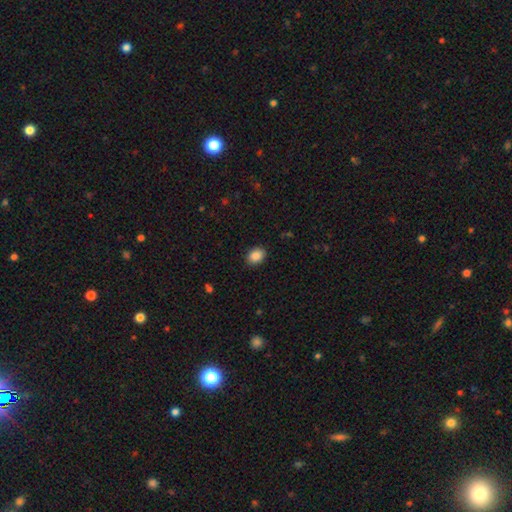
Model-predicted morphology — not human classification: Smooth or featured?
  - smooth: 88% *
  - star or artifact: 8%
  - featured or disk: 4%
How rounded?
  - in between: 65% *
  - round: 34%
  - cigar-shaped: 1%
Merging?
  - none: 89% *
  - minor disturbance: 8%
  - major disturbance: 2%
  - merger: 1%